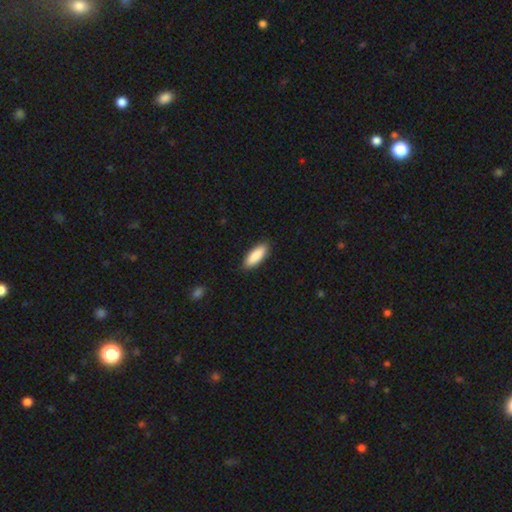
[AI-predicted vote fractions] smooth_or_featured: smooth (p=0.89) [alt: star or artifact p=0.05]
how_rounded: in between (p=0.67) [alt: cigar-shaped p=0.31]
merging: none (p=0.89) [alt: minor disturbance p=0.09]